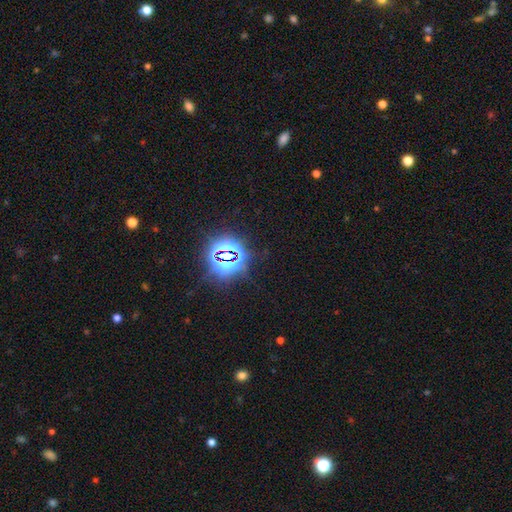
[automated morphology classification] A star or artifact, not a galaxy (82%).

Vote fractions:
- Smooth or featured? star or artifact: 82% / smooth: 11% / featured or disk: 7%